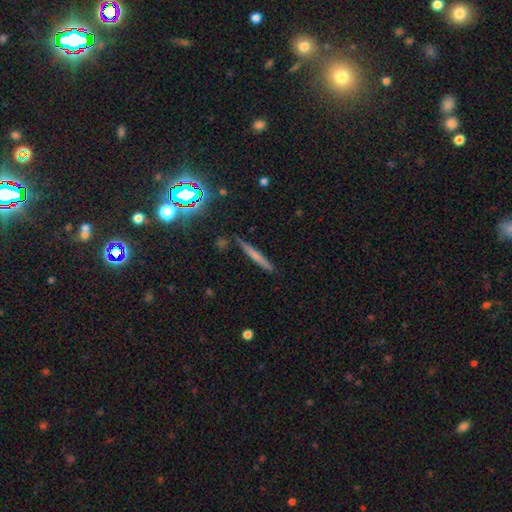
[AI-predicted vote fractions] A smooth galaxy with no disk features (52%) that is cigar-shaped (94%).

Vote fractions:
- Smooth or featured? smooth: 52% / featured or disk: 35% / star or artifact: 13%
- How rounded? cigar-shaped: 94% / in between: 4% / round: 3%
- Merging? none: 86% / minor disturbance: 9% / merger: 2% / major disturbance: 2%